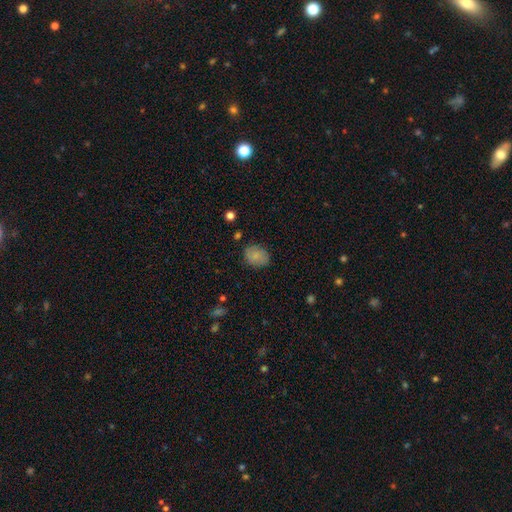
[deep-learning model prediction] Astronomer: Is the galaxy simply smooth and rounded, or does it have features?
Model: smooth — 77%.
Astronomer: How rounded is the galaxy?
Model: round — 50% (runner-up: in between, 49%).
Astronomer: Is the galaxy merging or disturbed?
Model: none — 78%.